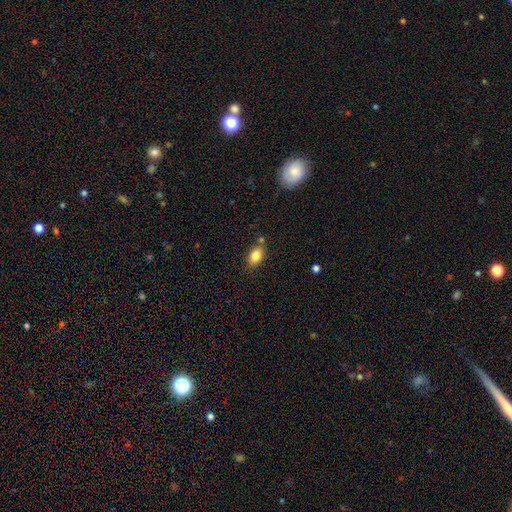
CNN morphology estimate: Smooth or featured: smooth — 83% (star or artifact — 9%)
How rounded: in between — 81% (round — 16%)
Merging: none — 72% (minor disturbance — 15%)